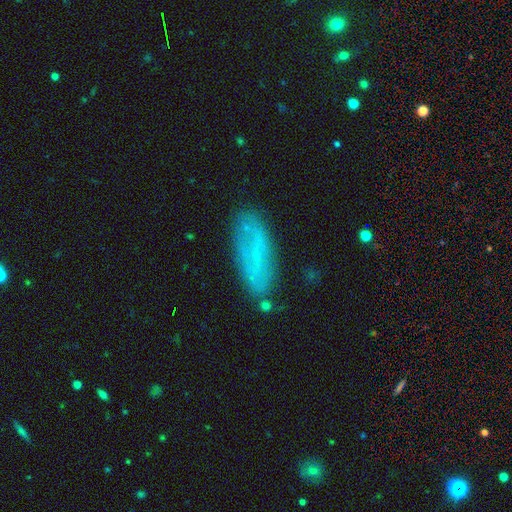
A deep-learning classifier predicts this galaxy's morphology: Smooth or featured? smooth (56%)
How rounded? in between (60%)
Merging? none (74%)